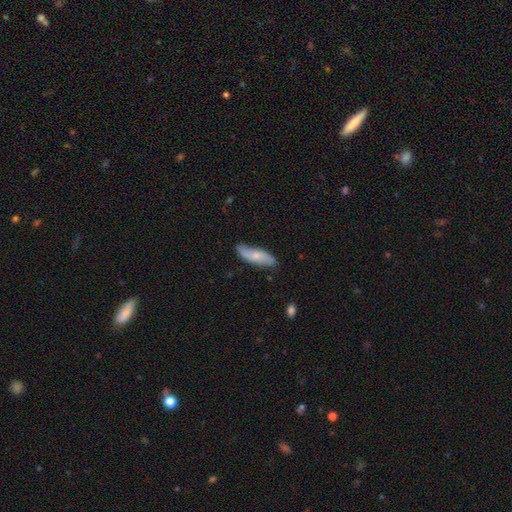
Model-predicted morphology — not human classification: This appears to be a smooth galaxy with no disk features (55%) that is cigar-shaped (52%). Merging: none (76%).